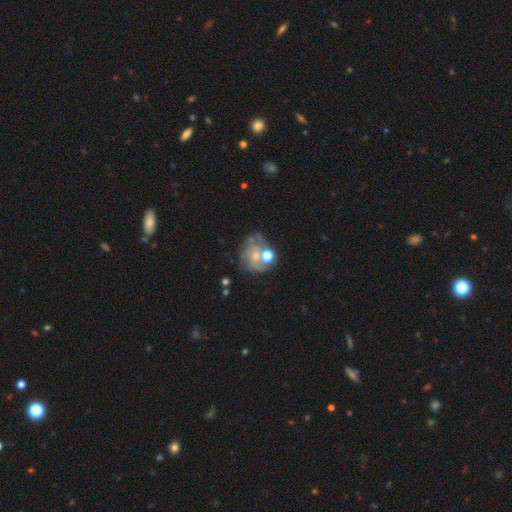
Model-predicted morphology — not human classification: Smooth or featured?
  - featured or disk: 62% *
  - smooth: 25%
  - star or artifact: 13%
Edge-on disk?
  - no: 98% *
  - yes: 2%
Bar?
  - no: 76% *
  - weak: 20%
  - strong: 4%
Spiral arms?
  - yes: 75% *
  - no: 25%
Bulge size?
  - small: 46% *
  - moderate: 39%
  - none: 9%
  - large: 4%
  - dominant: 2%
Merging?
  - none: 51% *
  - minor disturbance: 19%
  - major disturbance: 16%
  - merger: 15%